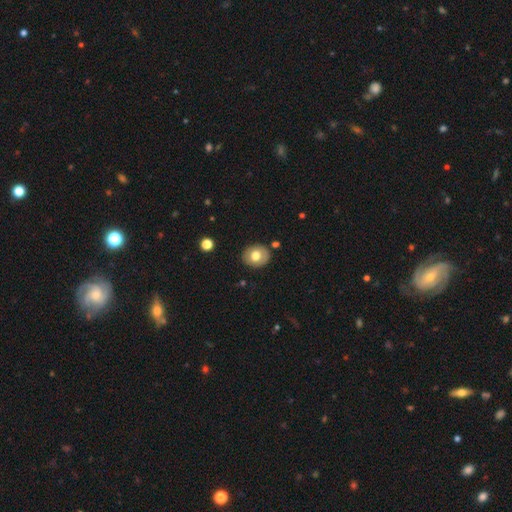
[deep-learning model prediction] smooth 70%, featured or disk 22%, star or artifact 8%. Down the decision tree: how rounded — round (72%); merging — none (87%).